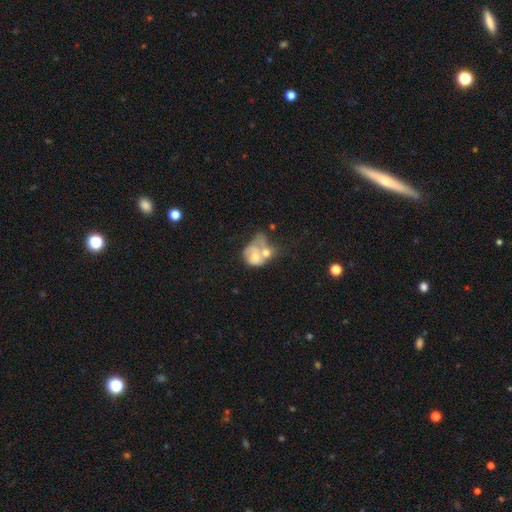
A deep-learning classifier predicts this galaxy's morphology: smooth 49%, featured or disk 43%, star or artifact 9%. Down the decision tree: merging — merger (65%).